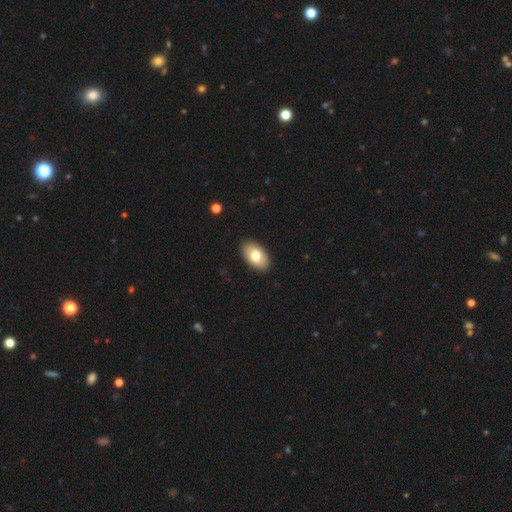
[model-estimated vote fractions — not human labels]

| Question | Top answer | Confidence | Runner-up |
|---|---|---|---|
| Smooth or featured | smooth | 75% | featured or disk (18%) |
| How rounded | in between | 94% | round (5%) |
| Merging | none | 89% | minor disturbance (8%) |